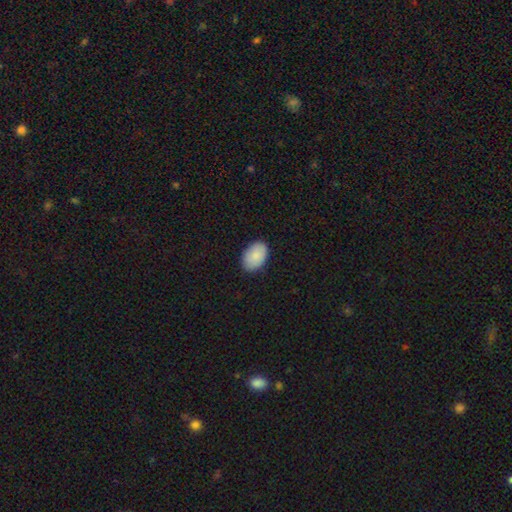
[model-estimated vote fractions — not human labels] Smooth or featured?
  - smooth: 88% *
  - star or artifact: 6%
  - featured or disk: 6%
How rounded?
  - in between: 89% *
  - round: 10%
  - cigar-shaped: 1%
Merging?
  - none: 86% *
  - minor disturbance: 11%
  - major disturbance: 2%
  - merger: 1%